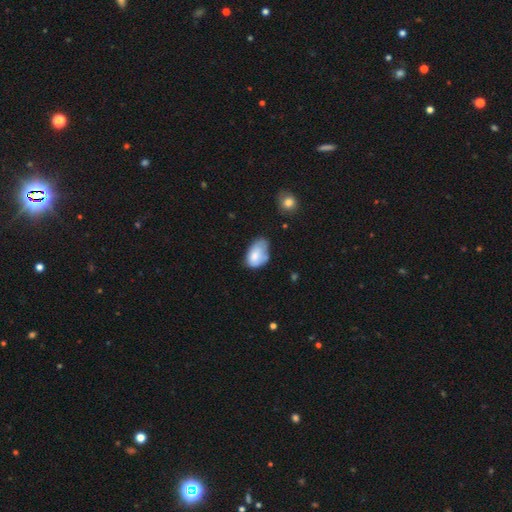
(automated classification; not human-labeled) Q: Smooth or featured?
A: smooth (76%); runner-up: featured or disk (16%)
Q: How rounded?
A: in between (90%); runner-up: round (9%)
Q: Merging?
A: minor disturbance (42%); runner-up: none (36%)